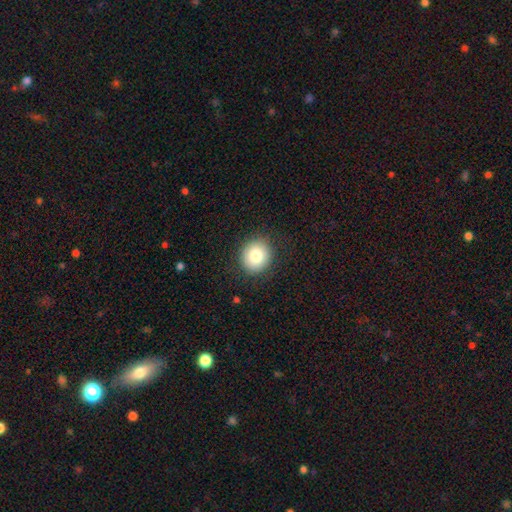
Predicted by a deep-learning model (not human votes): smooth_or_featured: smooth (p=0.81) [alt: featured or disk p=0.10]
how_rounded: round (p=0.83) [alt: in between p=0.16]
merging: none (p=0.87) [alt: minor disturbance p=0.09]